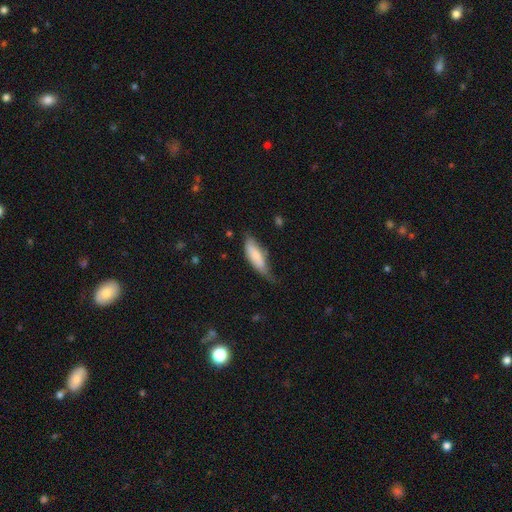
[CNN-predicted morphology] This is likely a smooth galaxy (76%). How rounded: likely in between (61%). Merging: possibly minor disturbance (46%).